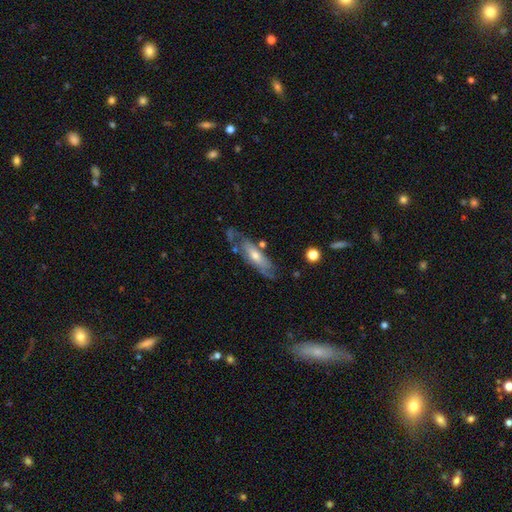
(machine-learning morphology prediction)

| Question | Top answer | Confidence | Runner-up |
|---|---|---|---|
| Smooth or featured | featured or disk | 64% | smooth (30%) |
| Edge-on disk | no | 65% | yes (35%) |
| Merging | none | 62% | minor disturbance (22%) |